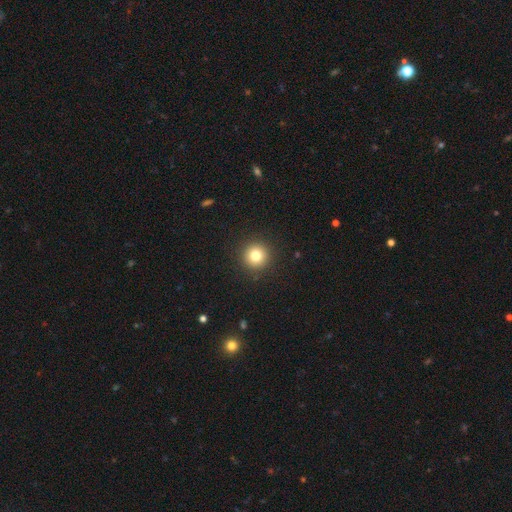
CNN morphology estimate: Smooth or featured: smooth — 80% (star or artifact — 12%)
How rounded: round — 96% (in between — 3%)
Merging: none — 92% (minor disturbance — 5%)